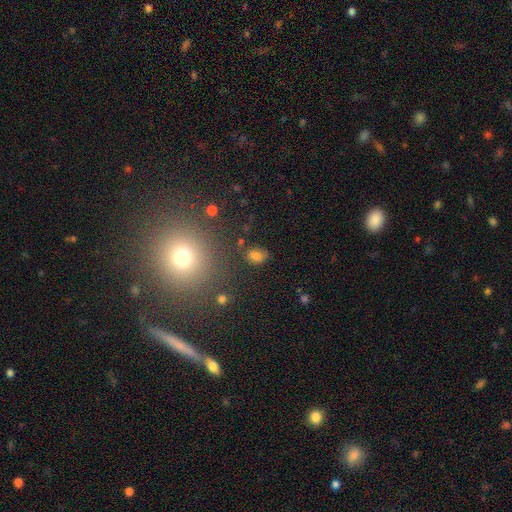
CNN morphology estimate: This is likely a smooth galaxy (75%). How rounded: likely in between (64%). Merging: likely none (71%).